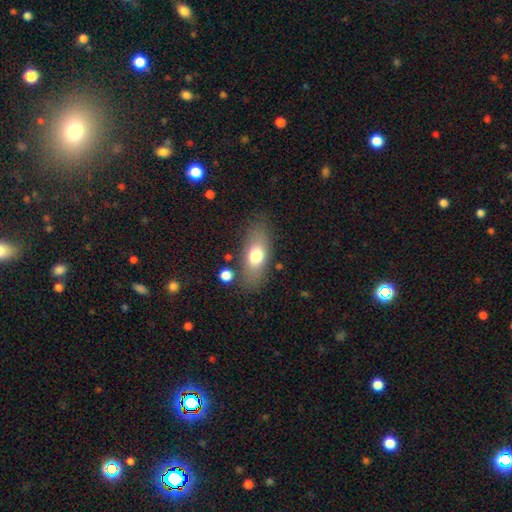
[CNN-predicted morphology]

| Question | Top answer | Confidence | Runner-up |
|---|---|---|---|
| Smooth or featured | smooth | 69% | featured or disk (23%) |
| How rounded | in between | 80% | cigar-shaped (15%) |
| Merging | none | 77% | minor disturbance (14%) |